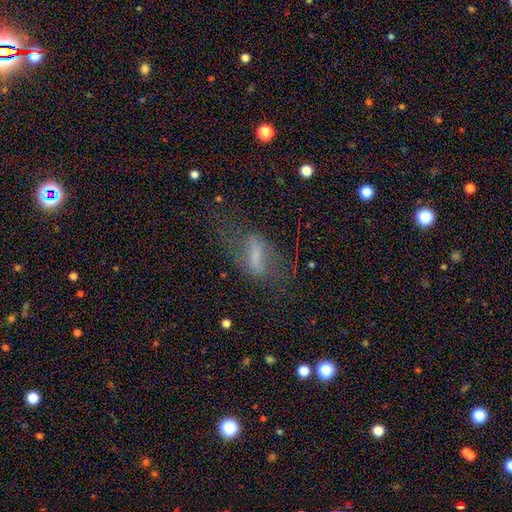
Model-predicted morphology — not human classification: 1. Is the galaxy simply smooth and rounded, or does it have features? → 48% featured or disk, 39% smooth, 14% star or artifact.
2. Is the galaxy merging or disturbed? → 46% none, 32% major disturbance, 19% minor disturbance, 3% merger.